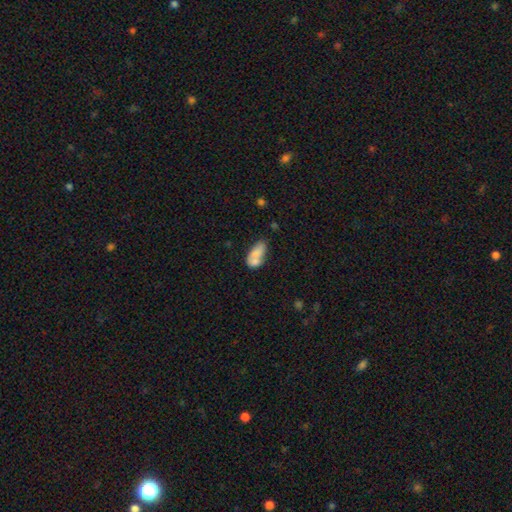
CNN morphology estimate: Q: Smooth or featured?
A: smooth (72%); runner-up: featured or disk (19%)
Q: How rounded?
A: in between (87%); runner-up: cigar-shaped (7%)
Q: Merging?
A: merger (43%); runner-up: none (30%)